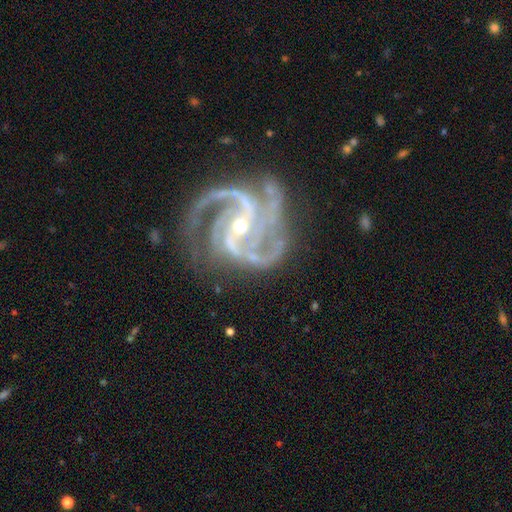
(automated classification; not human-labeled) A featured or disk galaxy (92%) with no bar (38%), 3 (41%) medium (50%) spiral arms (98%) and a small central bulge (54%). Merging: none (57%).